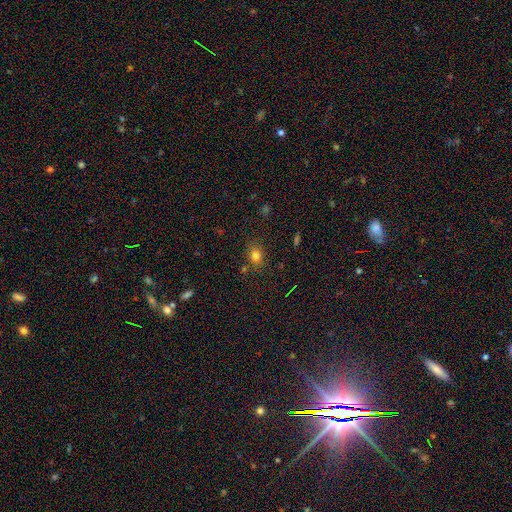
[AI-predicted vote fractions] Morphology: type=smooth (78%); roundness=in between (54%); merging=none (78%).